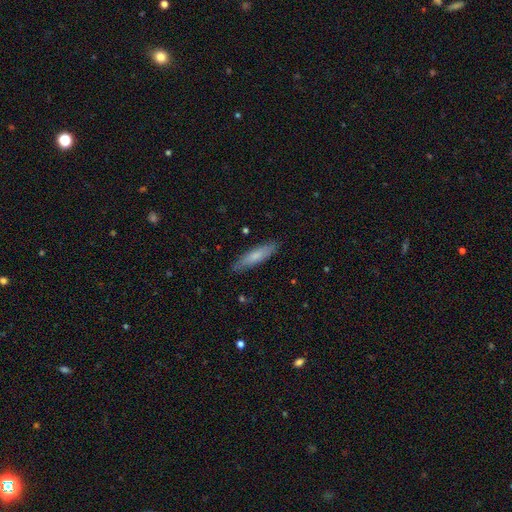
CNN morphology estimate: The model was most divided on "smooth or featured": smooth: 73%, featured or disk: 21%, star or artifact: 6%. More confident: merging — none (87%); how rounded — cigar-shaped (78%).